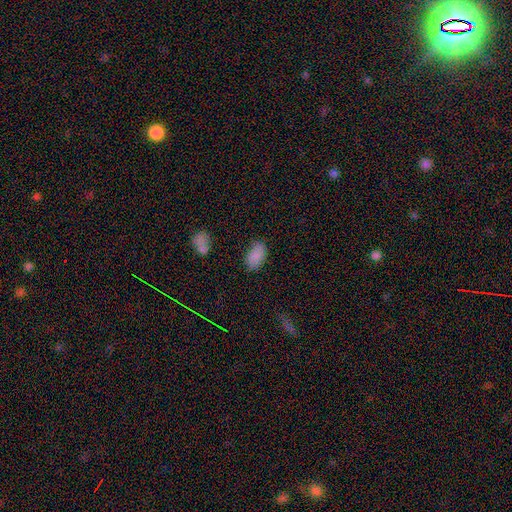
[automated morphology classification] smooth 84%, star or artifact 9%, featured or disk 7%. Down the decision tree: how rounded — in between (93%); merging — none (71%).